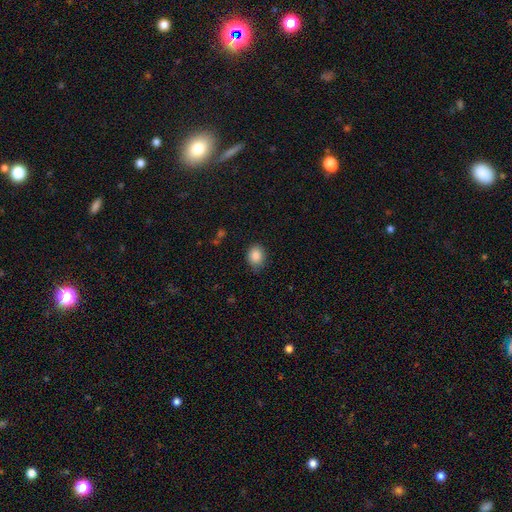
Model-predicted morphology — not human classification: smooth-or-featured: smooth: 87% | star or artifact: 9% | featured or disk: 4%
  how-rounded: in between: 52% | round: 48% | cigar-shaped: 1%
  merging: none: 79% | minor disturbance: 16% | major disturbance: 3% | merger: 1%